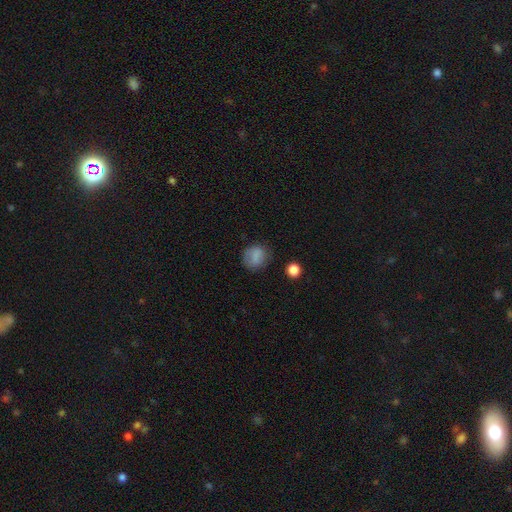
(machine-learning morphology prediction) Smooth or featured?
  - smooth: 81% *
  - star or artifact: 10%
  - featured or disk: 9%
How rounded?
  - round: 71% *
  - in between: 27%
  - cigar-shaped: 1%
Merging?
  - none: 76% *
  - minor disturbance: 16%
  - major disturbance: 6%
  - merger: 2%